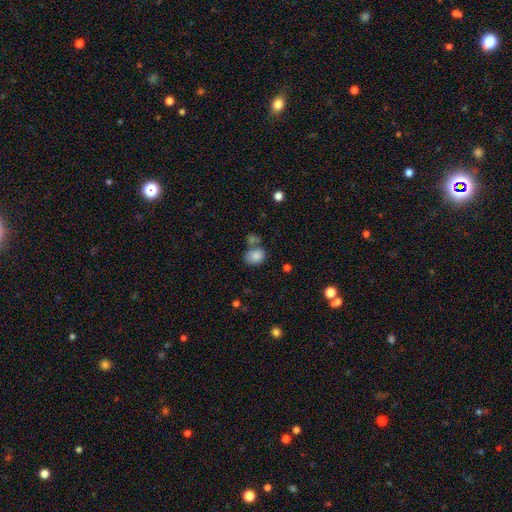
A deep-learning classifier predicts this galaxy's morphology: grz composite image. It shows a smooth galaxy with no disk features (83%) that is round (50%). Merging: none (51%).